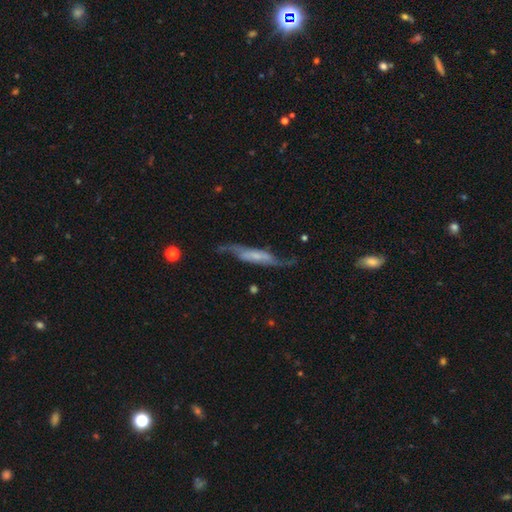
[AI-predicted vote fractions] featured or disk 76%, smooth 18%, star or artifact 7%. Down the decision tree: edge-on disk — no (65%); merging — none (61%).